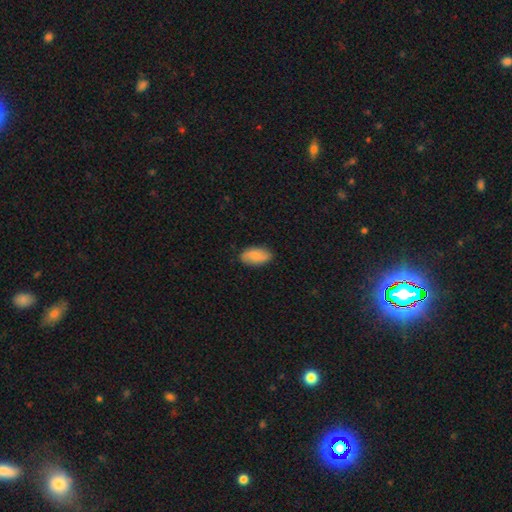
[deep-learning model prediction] smooth_or_featured: smooth (p=0.75) [alt: featured or disk p=0.18]
how_rounded: in between (p=0.93) [alt: cigar-shaped p=0.04]
merging: none (p=0.84) [alt: minor disturbance p=0.13]